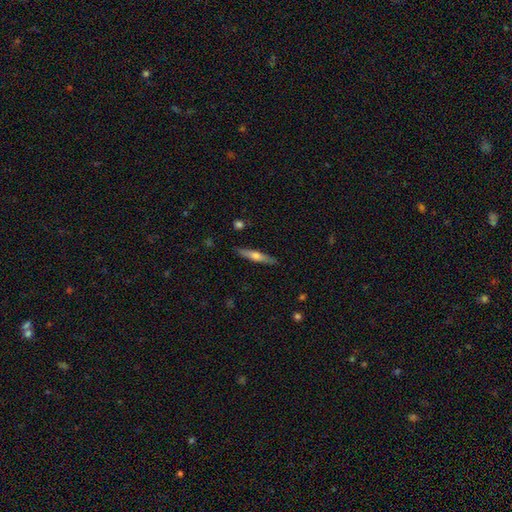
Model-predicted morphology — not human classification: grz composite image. It shows a featured or disk galaxy (49%). Merging: none (89%).